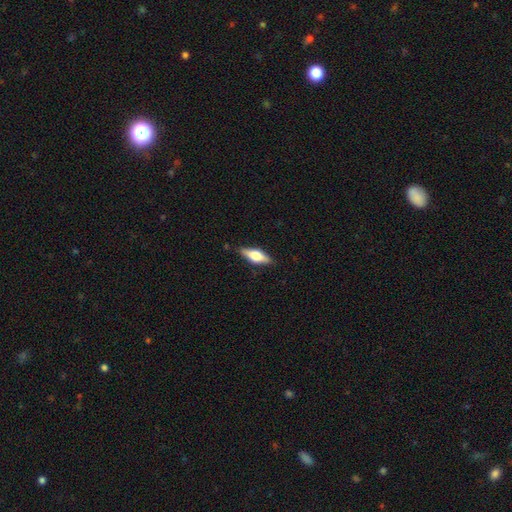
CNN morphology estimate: A featured or disk galaxy (48%).

Vote fractions:
- Smooth or featured? featured or disk: 48% / smooth: 46% / star or artifact: 6%
- Merging? none: 85% / minor disturbance: 11% / major disturbance: 2% / merger: 1%